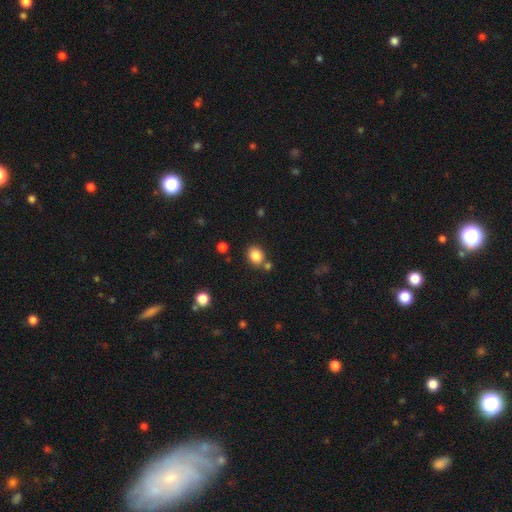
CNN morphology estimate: smooth 85%, star or artifact 10%, featured or disk 5%. Down the decision tree: how rounded — round (61%); merging — none (74%).